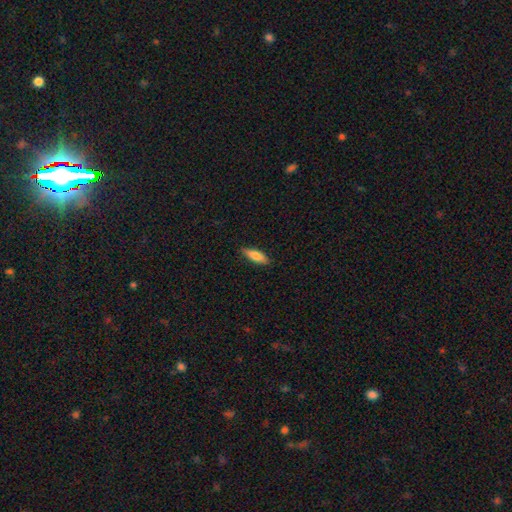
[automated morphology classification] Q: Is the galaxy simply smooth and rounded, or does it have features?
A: smooth — 79%.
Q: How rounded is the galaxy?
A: in between — 52%.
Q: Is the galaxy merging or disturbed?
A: none — 86%.